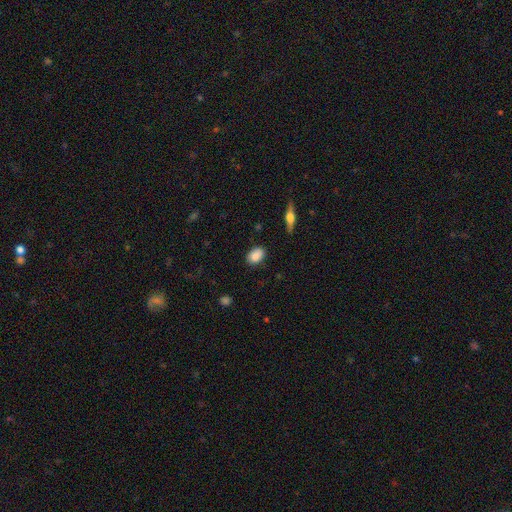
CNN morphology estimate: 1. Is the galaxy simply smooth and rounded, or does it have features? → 85% smooth, 7% featured or disk, 7% star or artifact.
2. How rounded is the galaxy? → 83% in between, 15% round, 2% cigar-shaped.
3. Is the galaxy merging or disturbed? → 82% none, 14% minor disturbance, 3% major disturbance, 1% merger.